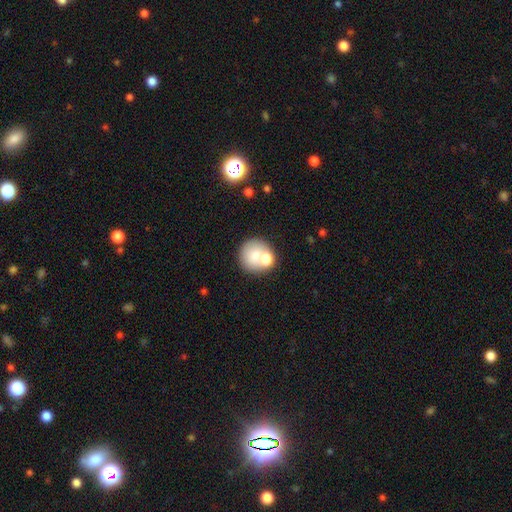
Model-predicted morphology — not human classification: Smooth or featured? Predicted: smooth (p=0.71). How rounded? Predicted: round (p=0.89). Merging? Predicted: none (p=0.58).